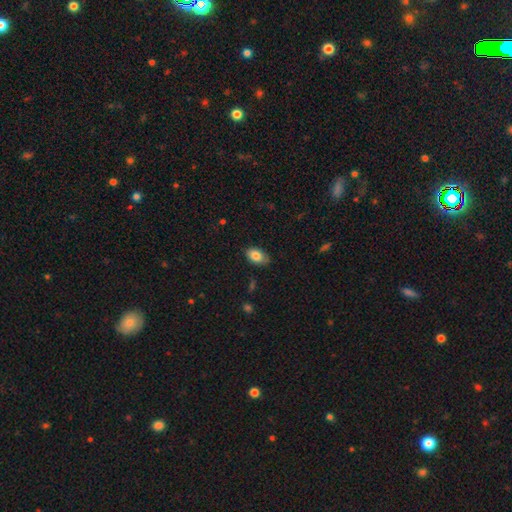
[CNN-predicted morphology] smooth 83%, featured or disk 10%, star or artifact 7%. Down the decision tree: how rounded — in between (91%); merging — none (76%).